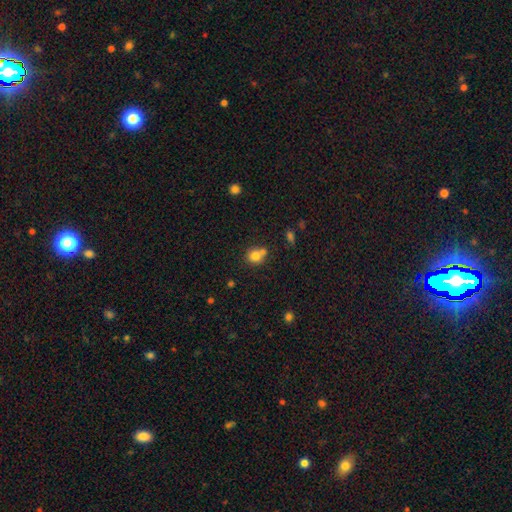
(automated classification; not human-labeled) smooth-or-featured: smooth: 79% | star or artifact: 11% | featured or disk: 9%
  how-rounded: round: 81% | in between: 18% | cigar-shaped: 1%
  merging: none: 52% | merger: 33% | minor disturbance: 11% | major disturbance: 3%